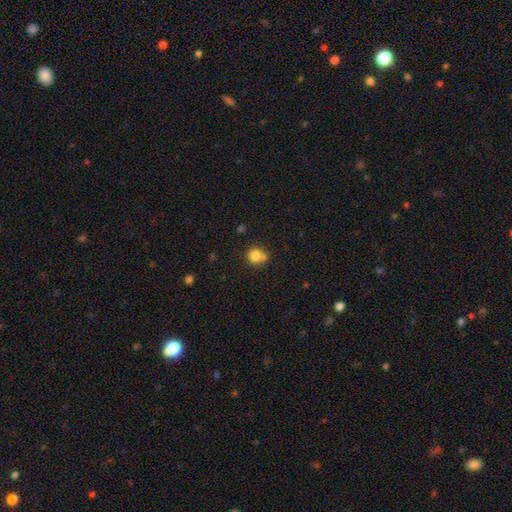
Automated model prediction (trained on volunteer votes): smooth-or-featured: smooth: 80% | star or artifact: 11% | featured or disk: 9%
  how-rounded: round: 88% | in between: 11% | cigar-shaped: 1%
  merging: none: 58% | merger: 27% | minor disturbance: 12% | major disturbance: 4%